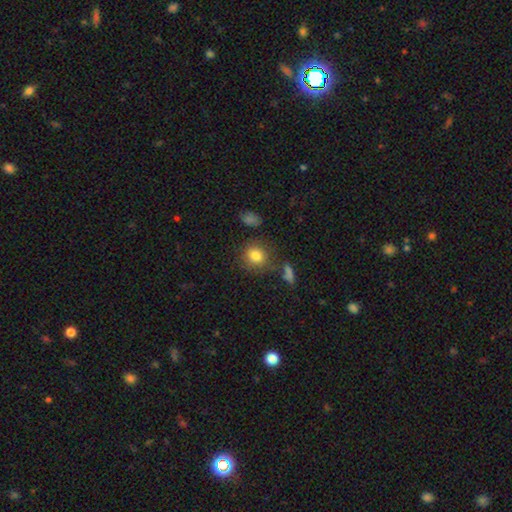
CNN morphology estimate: smooth_or_featured: smooth (p=0.82) [alt: star or artifact p=0.10]
how_rounded: round (p=0.78) [alt: in between p=0.21]
merging: none (p=0.75) [alt: minor disturbance p=0.14]